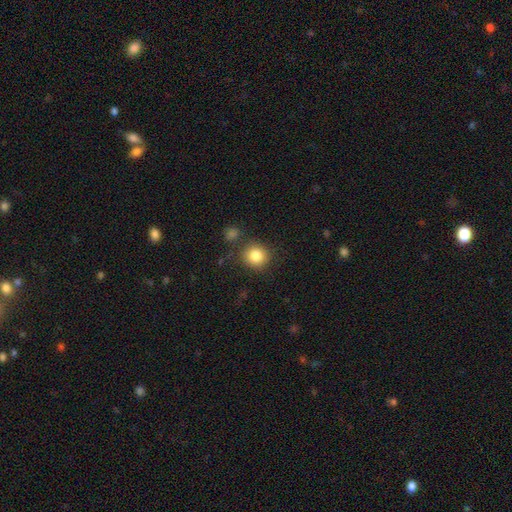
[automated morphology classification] smooth 84%, star or artifact 10%, featured or disk 6%. Down the decision tree: how rounded — round (90%); merging — none (82%).